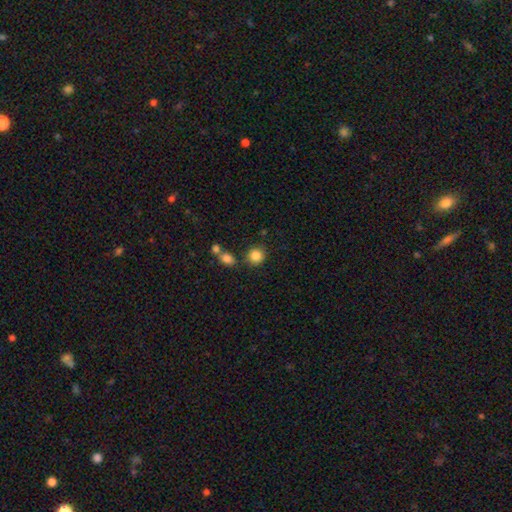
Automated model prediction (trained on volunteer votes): This appears to be a smooth galaxy with no disk features (85%) that is round (89%). Merging: none (75%).